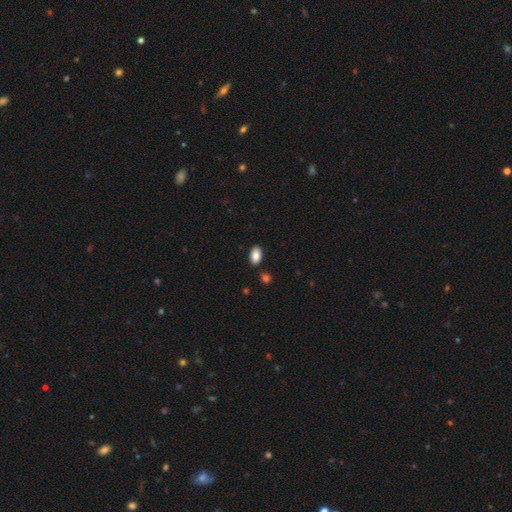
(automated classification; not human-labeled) Q: Smooth or featured?
A: smooth (86%); runner-up: star or artifact (8%)
Q: How rounded?
A: in between (93%); runner-up: round (5%)
Q: Merging?
A: none (86%); runner-up: minor disturbance (9%)